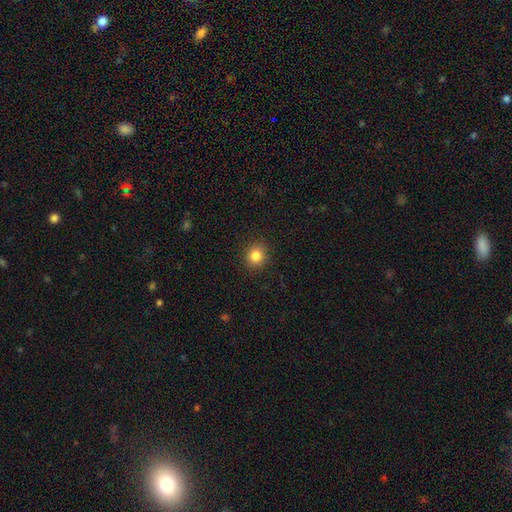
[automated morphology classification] A smooth galaxy with no disk features (84%) that is round (85%). Merging: none (90%).